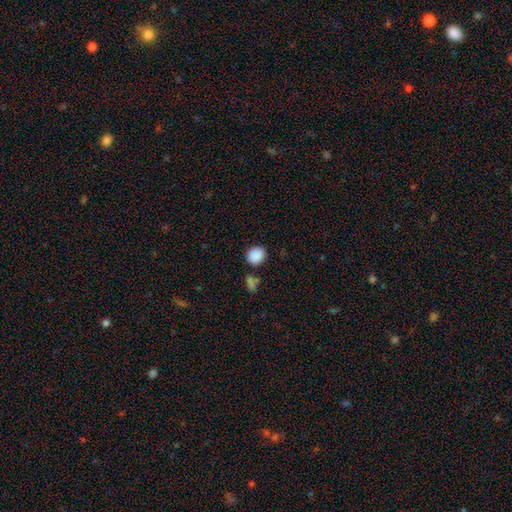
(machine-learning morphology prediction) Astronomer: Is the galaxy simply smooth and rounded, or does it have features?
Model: smooth — 88%.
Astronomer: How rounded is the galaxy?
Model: round — 67%.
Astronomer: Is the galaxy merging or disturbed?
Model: none — 78%.